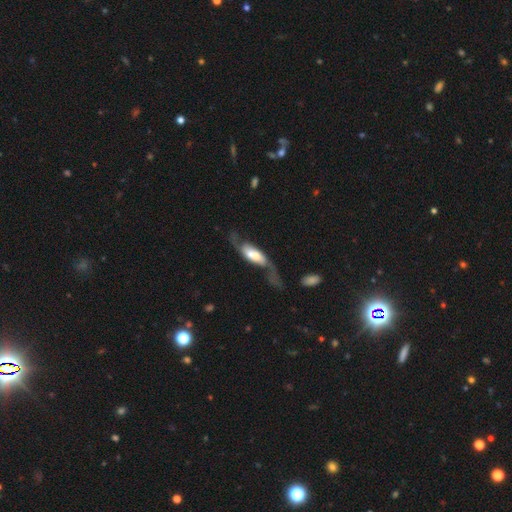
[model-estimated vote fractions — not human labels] smooth-or-featured: featured or disk: 69% | smooth: 26% | star or artifact: 6%
  disk-edge-on: no: 81% | yes: 19%
    bar: no: 34% | weak: 33% | strong: 33%
    has-spiral-arms: yes: 85% | no: 15%
    bulge-size: large: 35% | moderate: 30% | small: 17% | dominant: 10% | none: 8%
  merging: none: 39% | major disturbance: 33% | minor disturbance: 20% | merger: 8%